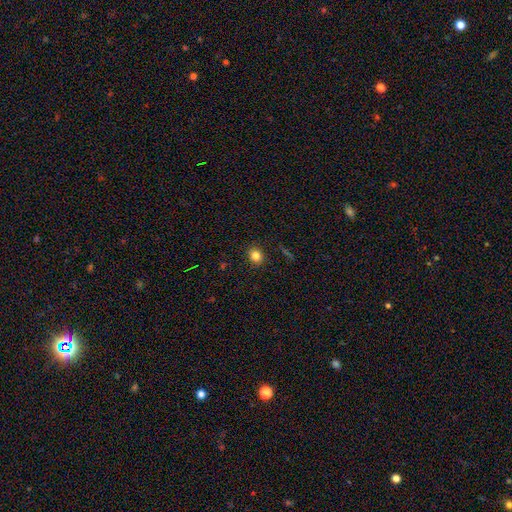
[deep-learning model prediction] A smooth galaxy with no disk features (82%) that is round (77%).

Vote fractions:
- Smooth or featured? smooth: 82% / star or artifact: 12% / featured or disk: 6%
- How rounded? round: 77% / in between: 22% / cigar-shaped: 1%
- Merging? none: 90% / minor disturbance: 7% / major disturbance: 2% / merger: 1%